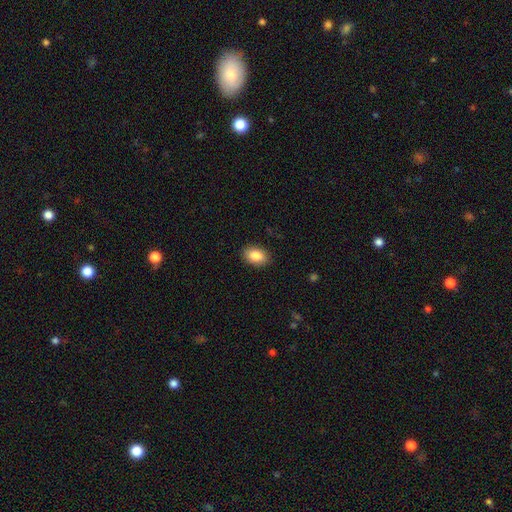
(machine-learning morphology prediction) Smooth or featured: smooth — 86% (star or artifact — 7%)
How rounded: in between — 86% (round — 12%)
Merging: none — 89% (minor disturbance — 8%)